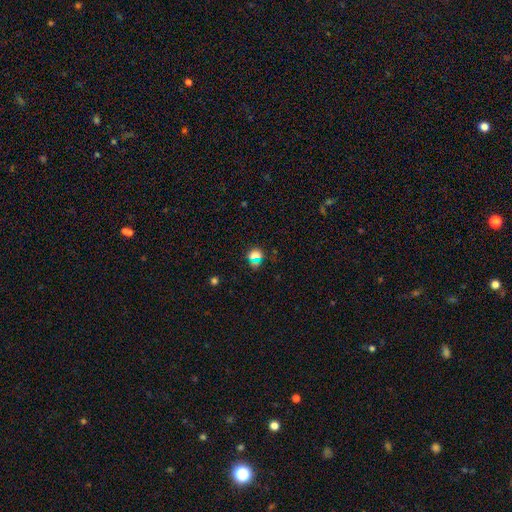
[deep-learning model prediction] Overall: smooth (57%; star or artifact 35%). How rounded: round (73%). Merging: none (72%).